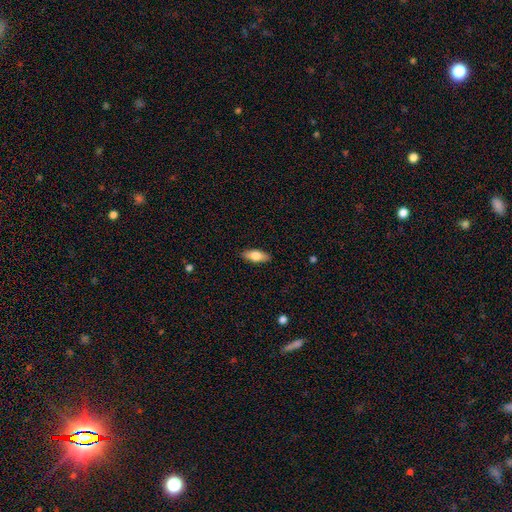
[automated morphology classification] A smooth galaxy with no disk features (76%) that is in between round and cigar-shaped (75%).

Vote fractions:
- Smooth or featured? smooth: 76% / featured or disk: 18% / star or artifact: 6%
- How rounded? in between: 75% / cigar-shaped: 22% / round: 2%
- Merging? none: 89% / minor disturbance: 8% / major disturbance: 2% / merger: 1%